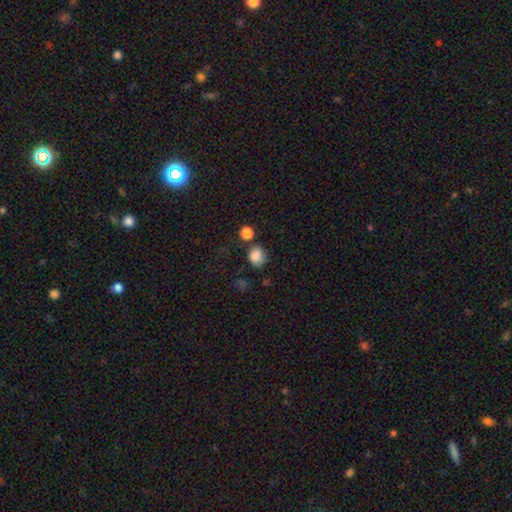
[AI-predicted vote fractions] Smooth or featured? Predicted: smooth (p=0.84). How rounded? Predicted: round (p=0.70). Merging? Predicted: none (p=0.65).